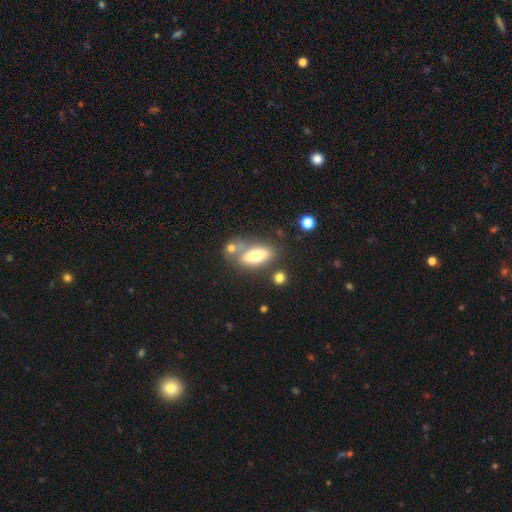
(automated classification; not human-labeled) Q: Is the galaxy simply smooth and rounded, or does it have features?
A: smooth — 65%.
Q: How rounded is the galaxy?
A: in between — 75%.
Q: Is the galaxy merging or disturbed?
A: none — 54%.